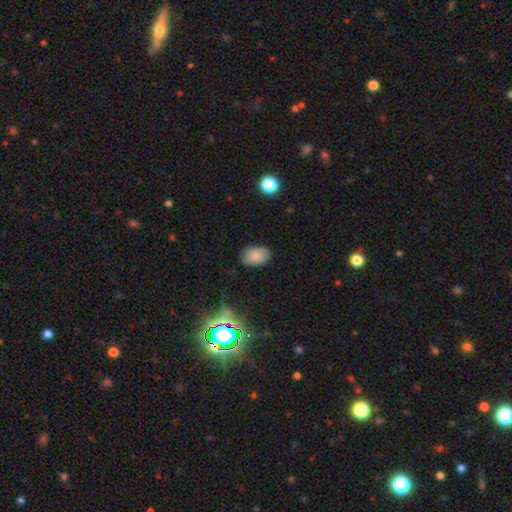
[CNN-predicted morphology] type=smooth (82%); roundness=in between (86%); merging=none (79%).